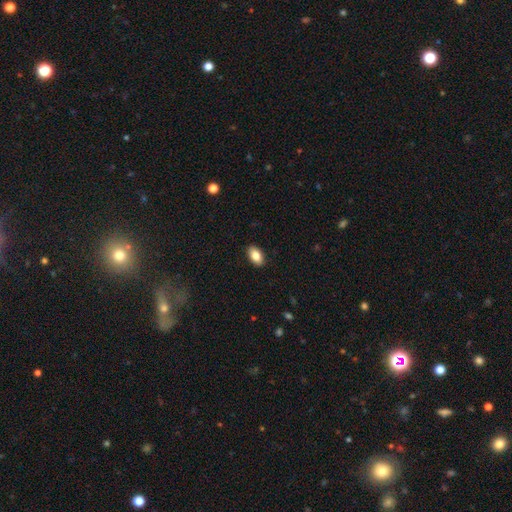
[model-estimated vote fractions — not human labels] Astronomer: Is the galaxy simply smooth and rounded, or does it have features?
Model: smooth — 84%.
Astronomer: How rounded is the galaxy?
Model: in between — 93%.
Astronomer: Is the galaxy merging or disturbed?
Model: none — 90%.